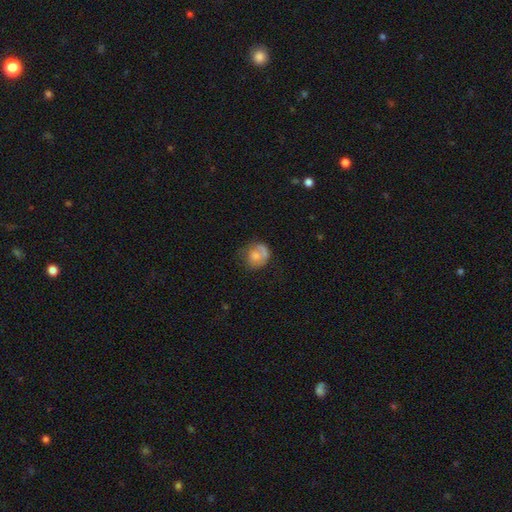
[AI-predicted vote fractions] smooth-or-featured: smooth: 56% | featured or disk: 35% | star or artifact: 9%
  how-rounded: round: 71% | in between: 28% | cigar-shaped: 1%
  merging: none: 49% | minor disturbance: 24% | major disturbance: 20% | merger: 7%